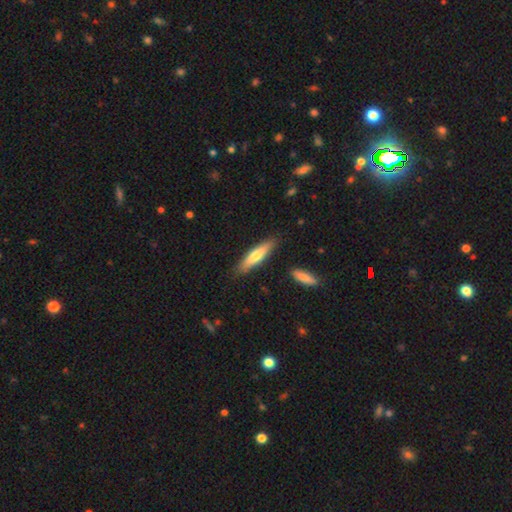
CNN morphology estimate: type=smooth (65%); roundness=cigar-shaped (78%); merging=none (85%).